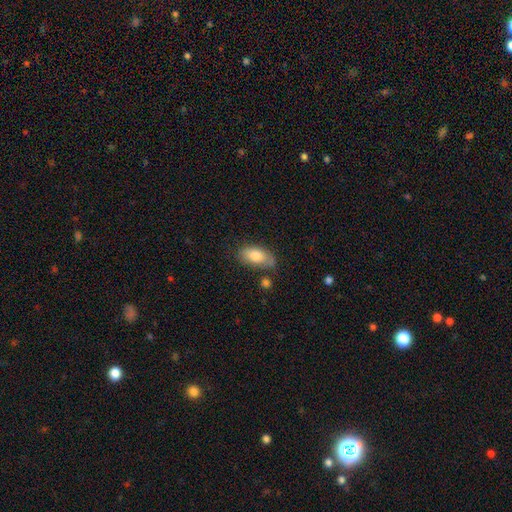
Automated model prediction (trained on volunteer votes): A smooth galaxy with no disk features (80%) that is in between round and cigar-shaped (91%). Merging: none (66%).